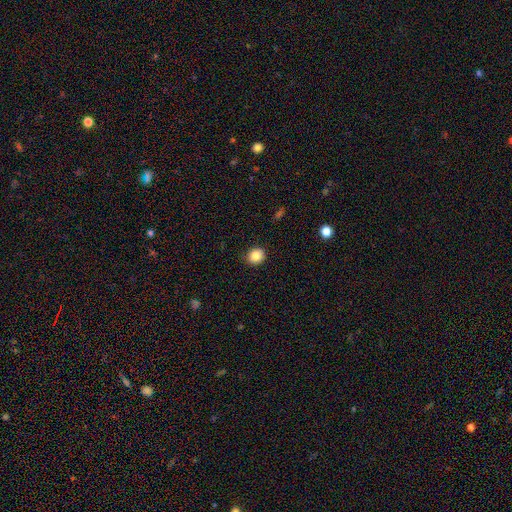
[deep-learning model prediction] Smooth or featured? Predicted: smooth (p=0.86). How rounded? Predicted: round (p=0.78). Merging? Predicted: none (p=0.90).